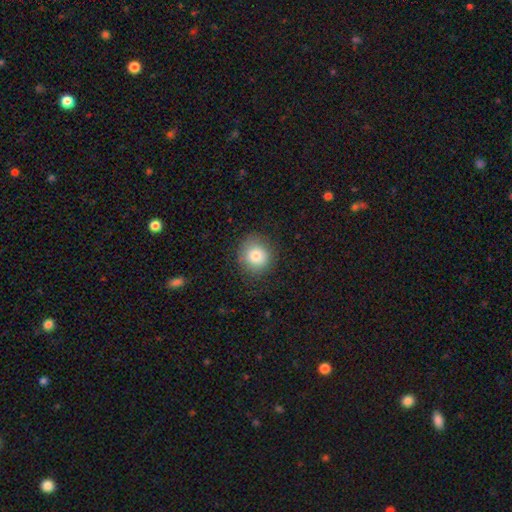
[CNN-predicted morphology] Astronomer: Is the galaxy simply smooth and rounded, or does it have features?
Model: smooth — 81%.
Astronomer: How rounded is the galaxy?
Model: round — 87%.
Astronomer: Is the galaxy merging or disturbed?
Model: none — 82%.